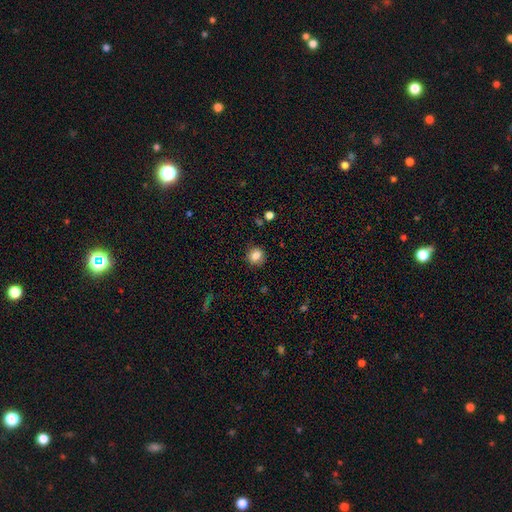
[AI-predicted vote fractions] Q: Smooth or featured?
A: smooth (82%); runner-up: star or artifact (10%)
Q: How rounded?
A: round (84%); runner-up: in between (15%)
Q: Merging?
A: none (89%); runner-up: minor disturbance (8%)